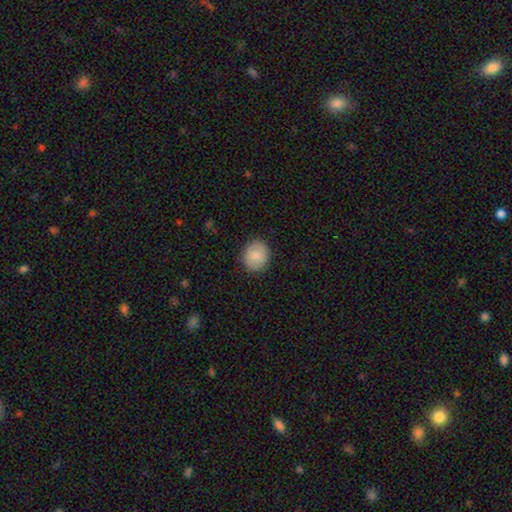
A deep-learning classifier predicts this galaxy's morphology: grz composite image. It shows a smooth galaxy with no disk features (86%) that is round (72%). Merging: none (89%).